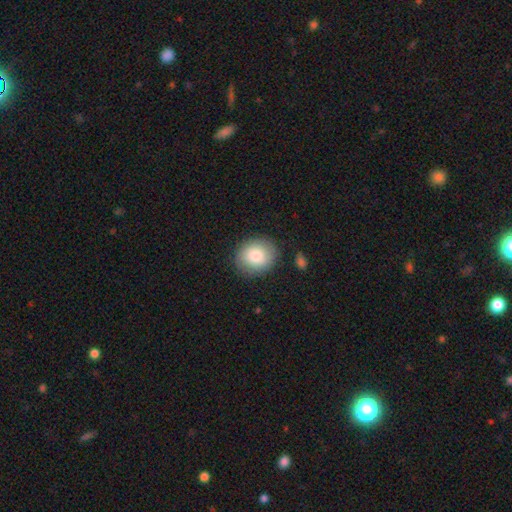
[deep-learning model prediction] Q: Smooth or featured?
A: smooth (83%); runner-up: featured or disk (10%)
Q: How rounded?
A: round (73%); runner-up: in between (26%)
Q: Merging?
A: none (84%); runner-up: minor disturbance (11%)